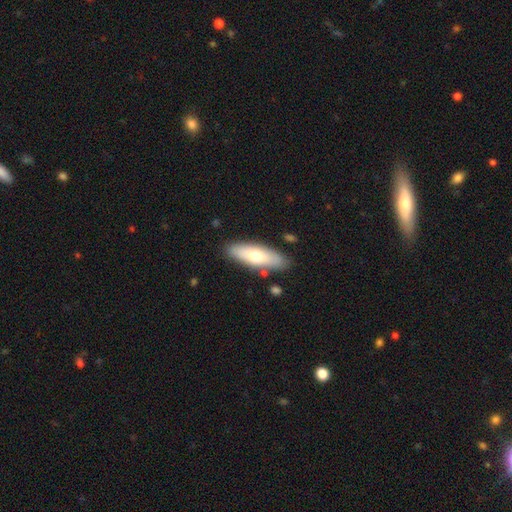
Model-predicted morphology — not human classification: Smooth or featured?
  - smooth: 64% *
  - featured or disk: 30%
  - star or artifact: 6%
How rounded?
  - in between: 59% *
  - cigar-shaped: 38%
  - round: 2%
Merging?
  - none: 84% *
  - minor disturbance: 11%
  - merger: 3%
  - major disturbance: 2%